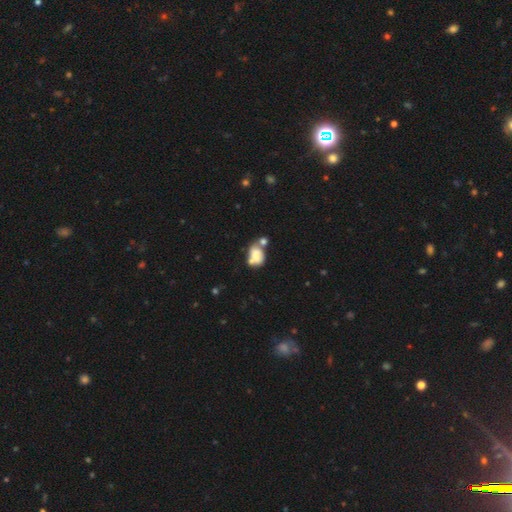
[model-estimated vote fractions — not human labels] Smooth or featured? Predicted: smooth (p=0.64). How rounded? Predicted: in between (p=0.77). Merging? Predicted: merger (p=0.45).